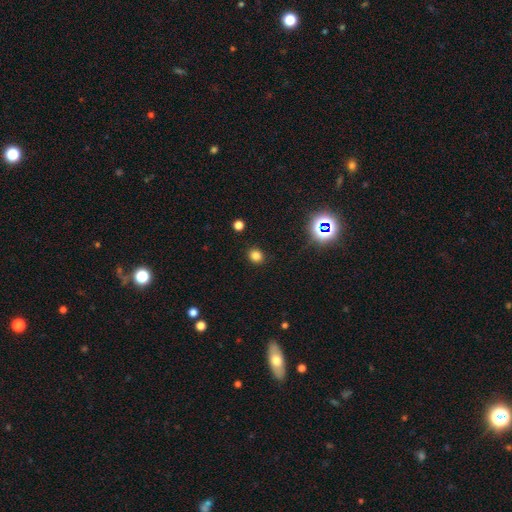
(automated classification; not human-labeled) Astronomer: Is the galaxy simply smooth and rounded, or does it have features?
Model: smooth — 78%.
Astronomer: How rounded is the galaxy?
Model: round — 76%.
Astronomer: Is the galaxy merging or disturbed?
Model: none — 90%.